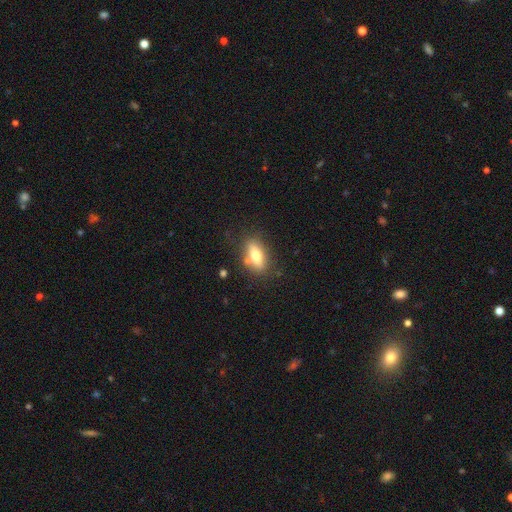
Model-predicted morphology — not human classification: smooth-or-featured: smooth: 66% | featured or disk: 26% | star or artifact: 8%
  how-rounded: in between: 77% | cigar-shaped: 17% | round: 6%
  merging: none: 75% | minor disturbance: 14% | merger: 7% | major disturbance: 4%